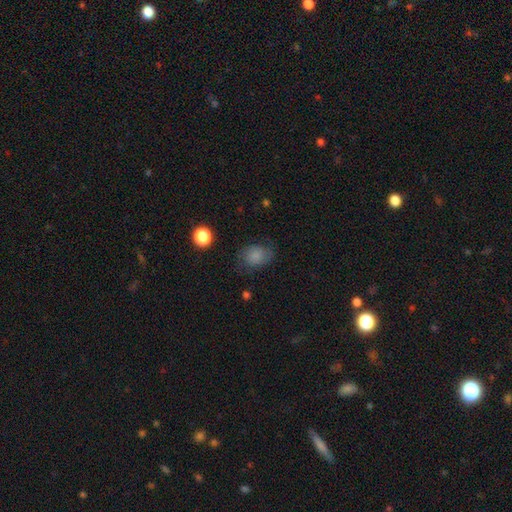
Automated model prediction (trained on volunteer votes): Morphology: type=smooth (70%); roundness=in between (55%); merging=none (67%).